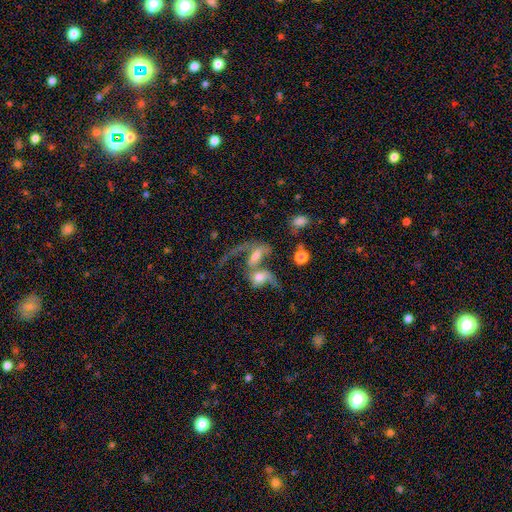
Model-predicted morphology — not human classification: This appears to be a featured or disk galaxy (50%). Merging: merger (70%).